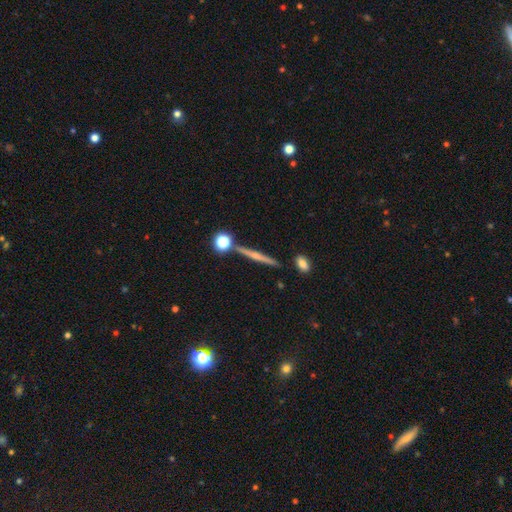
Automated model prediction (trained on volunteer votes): Overall: featured or disk (60%; smooth 31%). Edge-on disk: yes (97%). Edge-on bulge: rounded (60%; none 31%). Merging: none (85%).